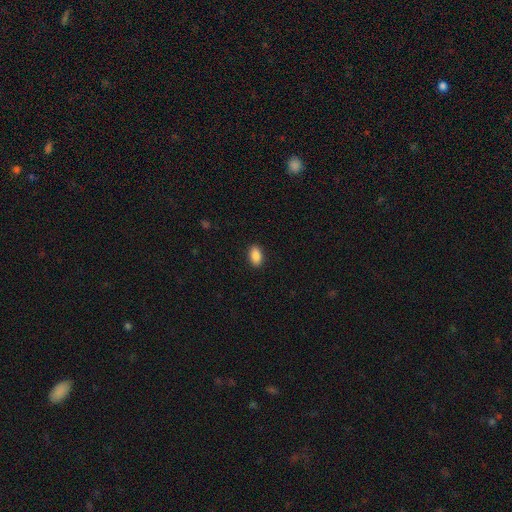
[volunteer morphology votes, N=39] A smooth galaxy with no disk features (100%) that is in between round and cigar-shaped (97%). Merging: none (95%).